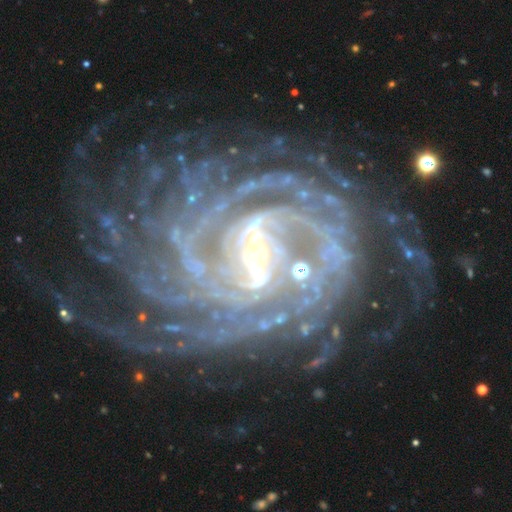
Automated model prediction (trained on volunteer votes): A featured or disk galaxy (93%) with a strong bar (49%), 4 (20%) tight (62%) spiral arms (99%) and a small central bulge (72%).

Vote fractions:
- Smooth or featured? featured or disk: 93% / star or artifact: 5% / smooth: 2%
- Edge-on disk? no: 98% / yes: 2%
- Bar? strong: 49% / weak: 36% / no: 15%
- Spiral arms? yes: 99% / no: 1%
- Spiral winding? tight: 62% / medium: 30% / loose: 7%
- Spiral arm count? 4: 20% / more than 4: 19% / can't tell: 17% / 2: 17% / 3: 16% / 1: 10%
- Bulge size? small: 72% / moderate: 23% / none: 2% / large: 2% / dominant: 1%
- Merging? none: 68% / minor disturbance: 16% / major disturbance: 13% / merger: 3%